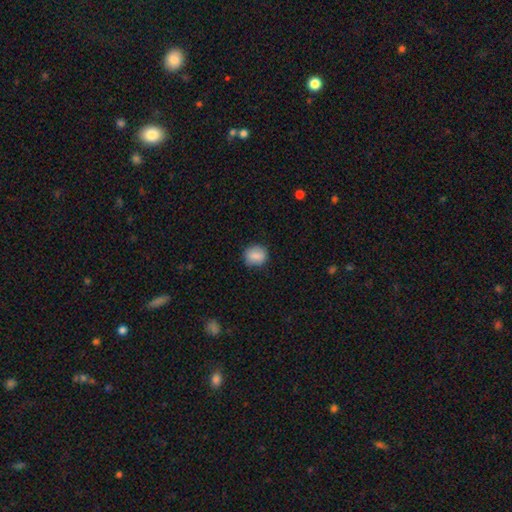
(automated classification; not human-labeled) Q: Smooth or featured?
A: smooth (85%); runner-up: star or artifact (8%)
Q: How rounded?
A: round (70%); runner-up: in between (29%)
Q: Merging?
A: none (82%); runner-up: minor disturbance (14%)